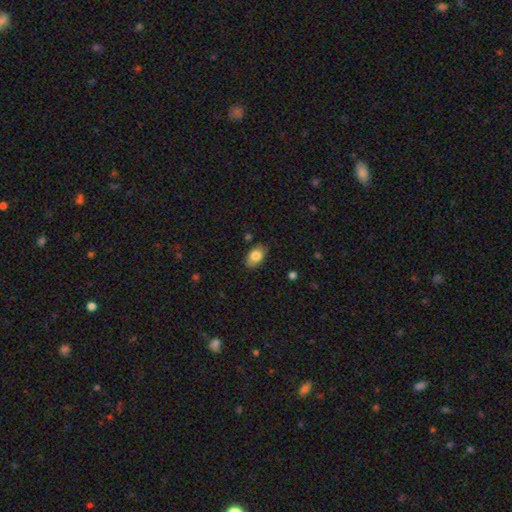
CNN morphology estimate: Smooth or featured? smooth (82%)
How rounded? in between (89%)
Merging? none (79%)